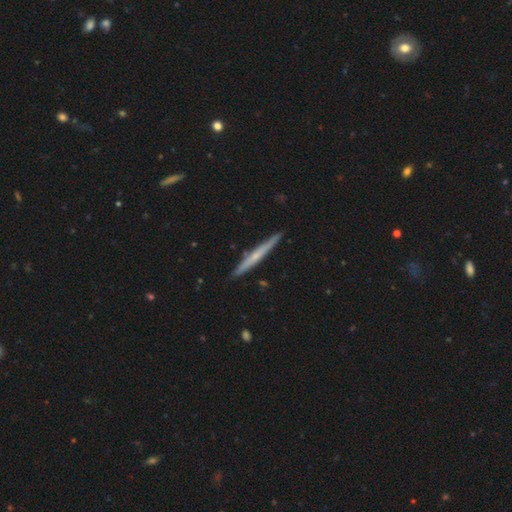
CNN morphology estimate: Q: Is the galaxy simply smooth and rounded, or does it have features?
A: featured or disk — 58%.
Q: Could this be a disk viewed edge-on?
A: yes — 97%.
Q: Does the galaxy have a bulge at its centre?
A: none — 52%.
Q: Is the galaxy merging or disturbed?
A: none — 90%.